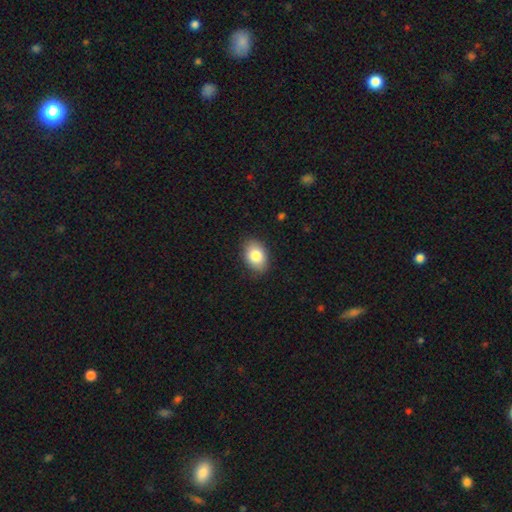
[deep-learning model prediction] smooth 83%, featured or disk 9%, star or artifact 7%. Down the decision tree: how rounded — in between (81%); merging — none (87%).